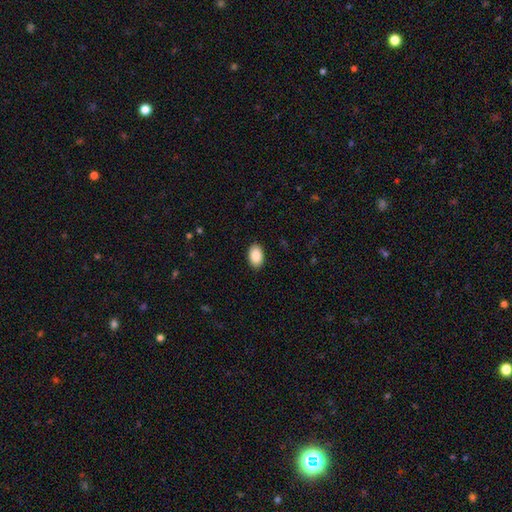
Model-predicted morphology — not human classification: A smooth galaxy with no disk features (89%) that is in between round and cigar-shaped (91%).

Vote fractions:
- Smooth or featured? smooth: 89% / star or artifact: 7% / featured or disk: 4%
- How rounded? in between: 91% / round: 8% / cigar-shaped: 1%
- Merging? none: 90% / minor disturbance: 7% / major disturbance: 2% / merger: 1%